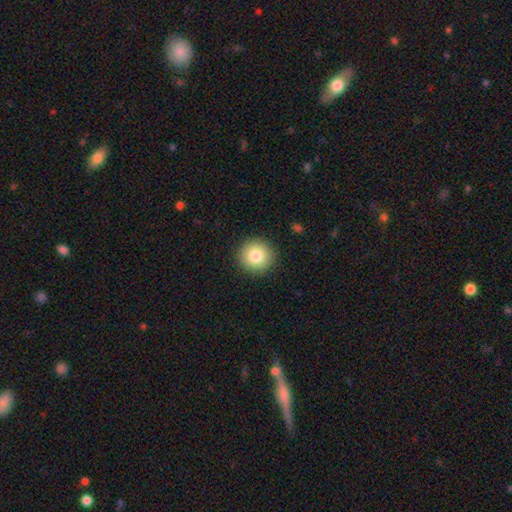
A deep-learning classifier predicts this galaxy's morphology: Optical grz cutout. It shows a smooth galaxy with no disk features (83%) that is round (93%). Merging: none (91%).